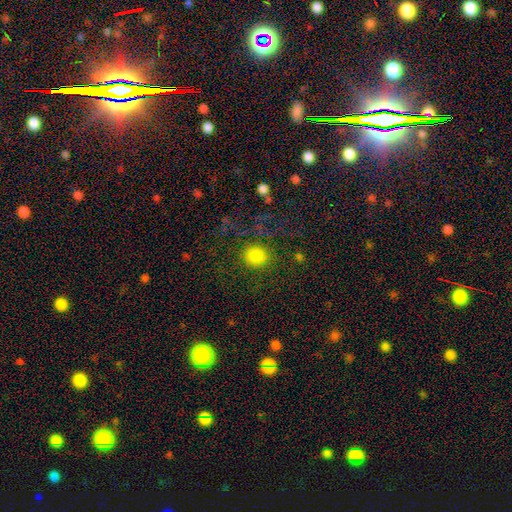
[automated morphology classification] Smooth or featured: smooth — 80% (star or artifact — 15%)
How rounded: round — 80% (in between — 19%)
Merging: none — 80% (minor disturbance — 10%)